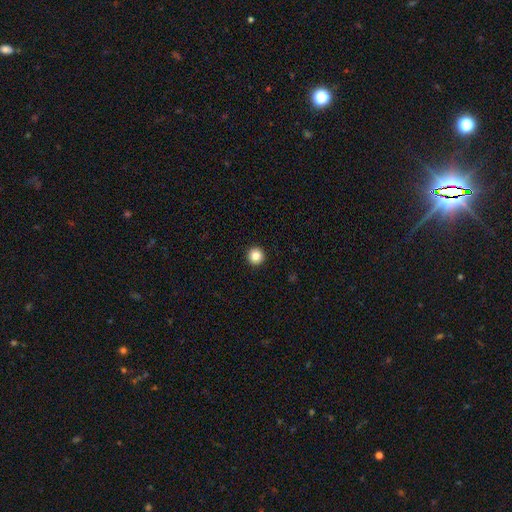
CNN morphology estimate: Smooth or featured: smooth — 85% (star or artifact — 10%)
How rounded: round — 96% (in between — 3%)
Merging: none — 94% (minor disturbance — 4%)